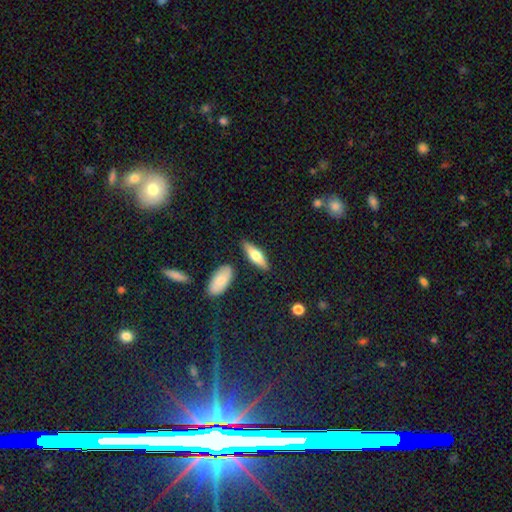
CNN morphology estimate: Smooth or featured? Predicted: smooth (p=0.61). How rounded? Predicted: in between (p=0.51). Merging? Predicted: none (p=0.83).